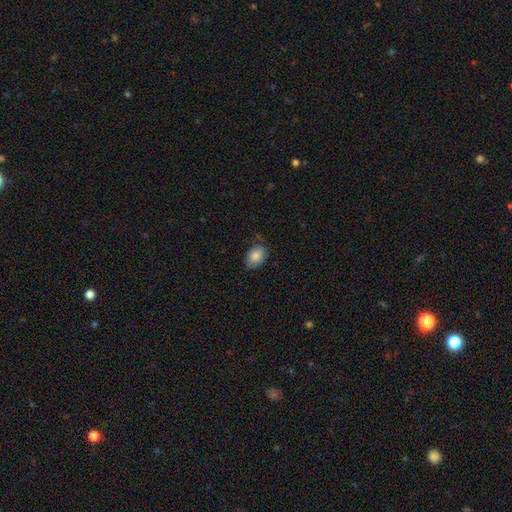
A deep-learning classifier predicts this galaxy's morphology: The model was most divided on "merging": none: 70%, minor disturbance: 24%, major disturbance: 5%, merger: 1%. More confident: smooth or featured — smooth (84%); how rounded — in between (80%).